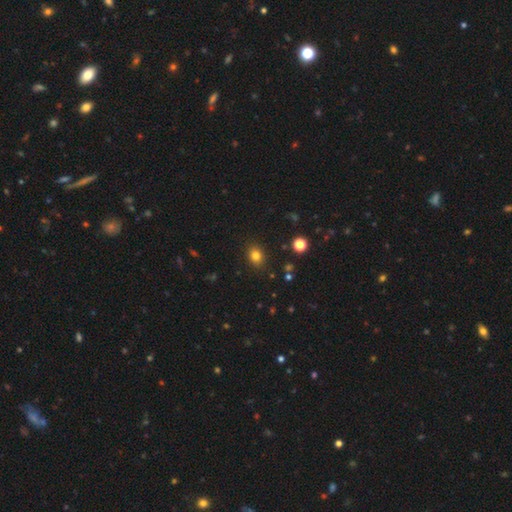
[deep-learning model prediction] Q: Smooth or featured?
A: smooth (80%); runner-up: star or artifact (14%)
Q: How rounded?
A: round (51%); runner-up: in between (48%)
Q: Merging?
A: none (88%); runner-up: minor disturbance (8%)